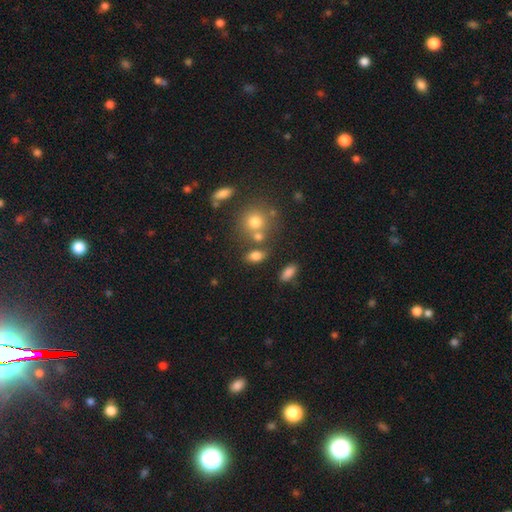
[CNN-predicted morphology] Overall: smooth (77%). How rounded: in between (77%). Merging: none (61%).